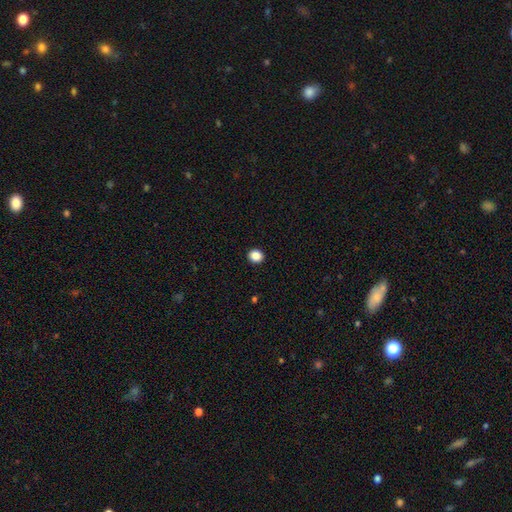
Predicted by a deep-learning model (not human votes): Morphology: type=smooth (87%); roundness=round (83%); merging=none (93%).